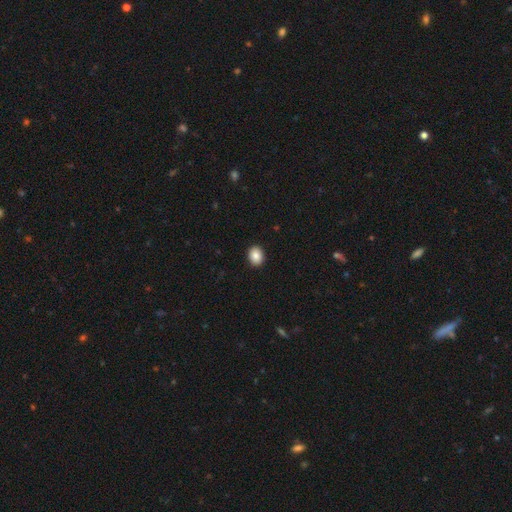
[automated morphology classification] Q: Smooth or featured?
A: smooth (86%); runner-up: star or artifact (8%)
Q: How rounded?
A: in between (50%); runner-up: round (49%)
Q: Merging?
A: none (92%); runner-up: minor disturbance (6%)